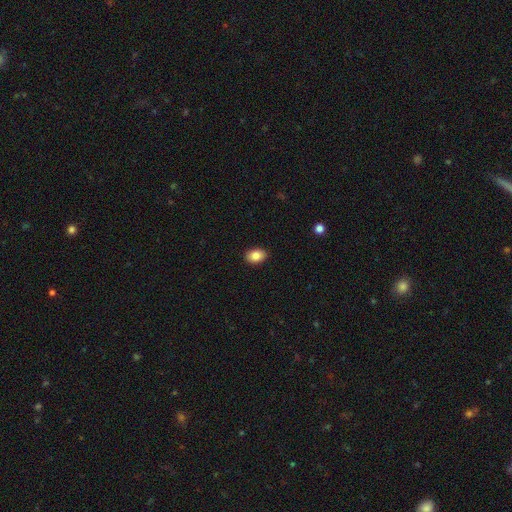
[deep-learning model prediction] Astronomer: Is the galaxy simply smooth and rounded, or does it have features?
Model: smooth — 85%.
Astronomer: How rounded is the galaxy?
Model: in between — 83%.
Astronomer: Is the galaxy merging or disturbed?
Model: none — 90%.